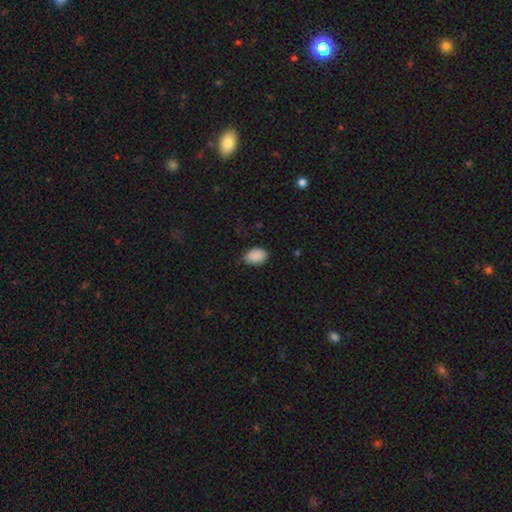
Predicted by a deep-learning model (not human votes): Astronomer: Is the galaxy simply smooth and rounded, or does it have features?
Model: smooth — 90%.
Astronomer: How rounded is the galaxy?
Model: in between — 84%.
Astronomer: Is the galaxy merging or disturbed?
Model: none — 78%.